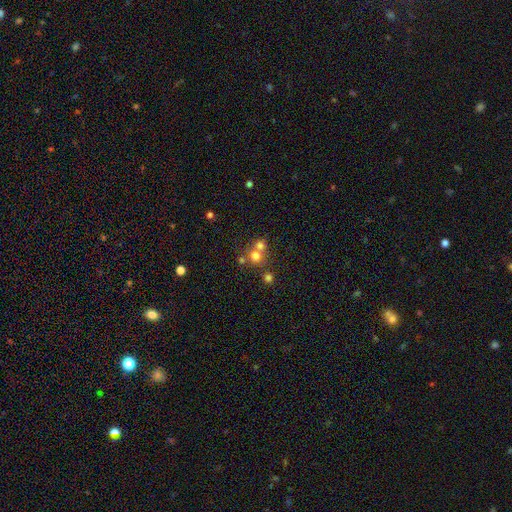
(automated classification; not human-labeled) Smooth or featured? smooth (69%)
How rounded? round (86%)
Merging? merger (45%, tied with none)